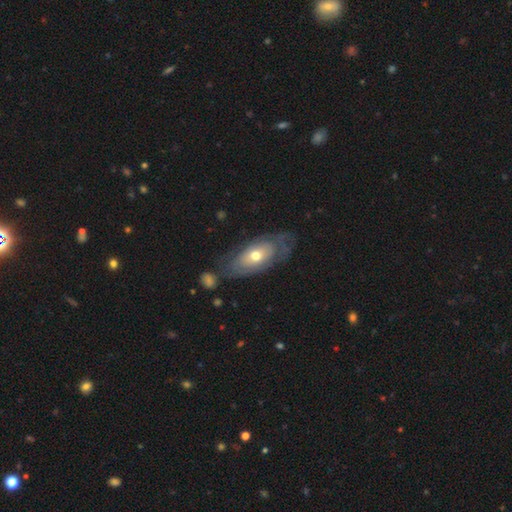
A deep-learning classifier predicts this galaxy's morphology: featured or disk 51%, smooth 43%, star or artifact 6%. Down the decision tree: edge-on disk — no (85%); merging — none (59%).